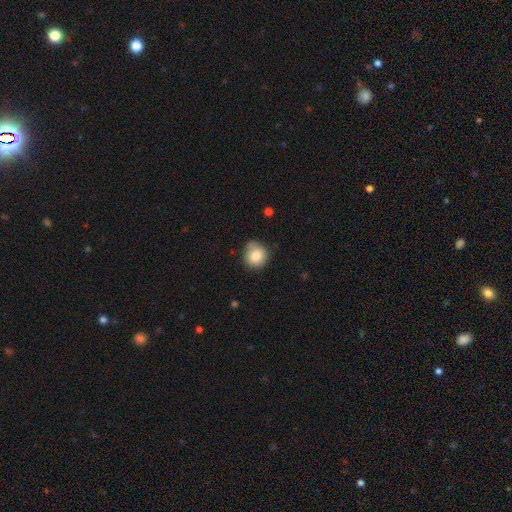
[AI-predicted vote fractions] A smooth galaxy with no disk features (81%) that is round (84%).

Vote fractions:
- Smooth or featured? smooth: 81% / featured or disk: 10% / star or artifact: 9%
- How rounded? round: 84% / in between: 15% / cigar-shaped: 1%
- Merging? none: 70% / minor disturbance: 23% / major disturbance: 4% / merger: 3%